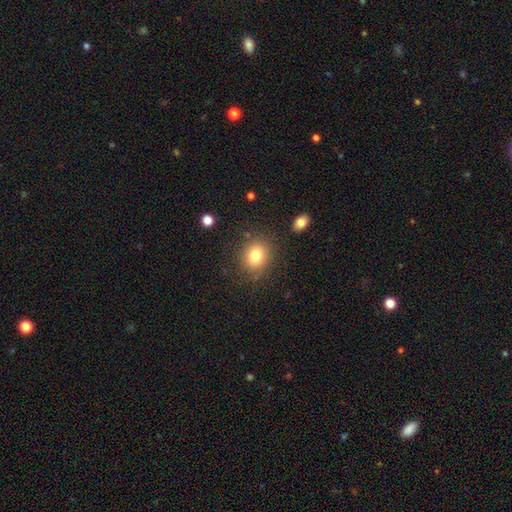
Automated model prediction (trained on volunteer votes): Smooth or featured?
  - smooth: 80% *
  - star or artifact: 11%
  - featured or disk: 10%
How rounded?
  - round: 65% *
  - in between: 34%
  - cigar-shaped: 1%
Merging?
  - none: 81% *
  - minor disturbance: 12%
  - major disturbance: 5%
  - merger: 3%